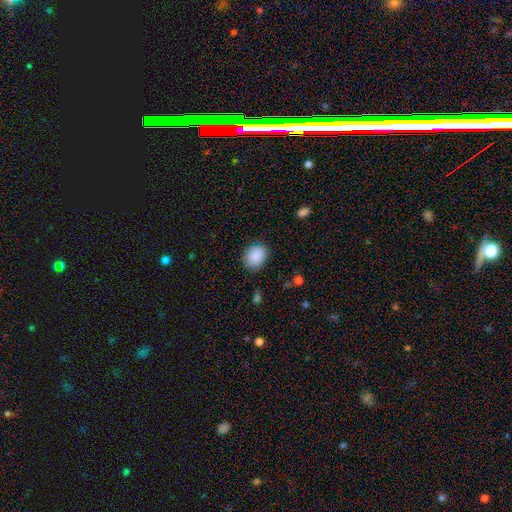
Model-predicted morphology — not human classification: Smooth or featured? Predicted: smooth (p=0.90). How rounded? Predicted: round (p=0.53). Merging? Predicted: none (p=0.84).